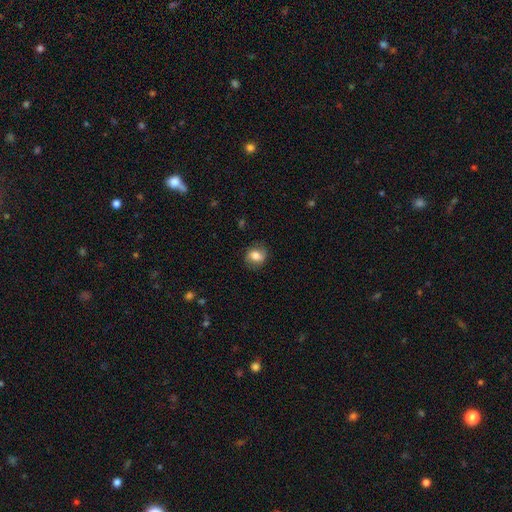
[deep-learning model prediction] Smooth or featured? Predicted: smooth (p=0.62). How rounded? Predicted: round (p=0.58). Merging? Predicted: none (p=0.77).